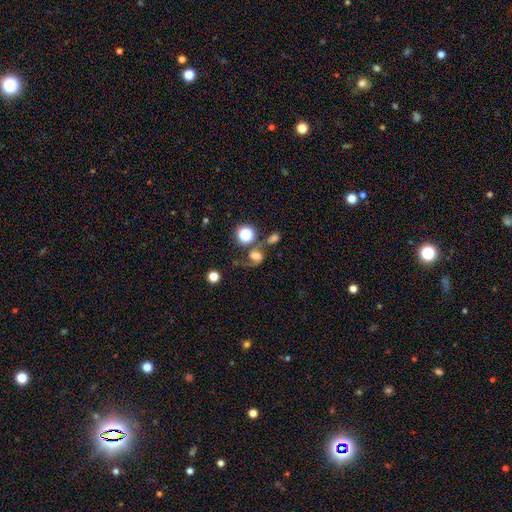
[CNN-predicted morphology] This appears to be a featured or disk galaxy (55%) with no bar (51%), spiral arms (89%) and a large central bulge (32%). Merging: none (39%).